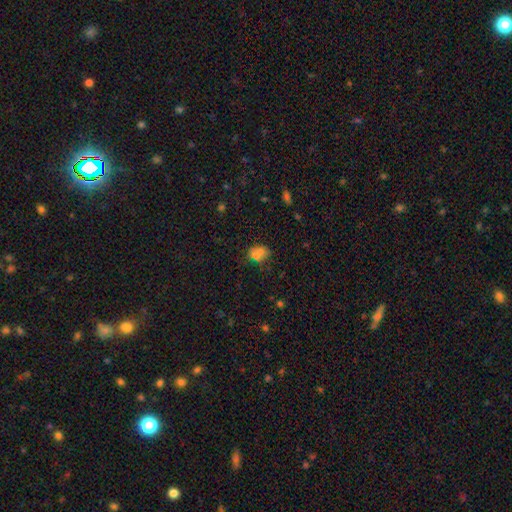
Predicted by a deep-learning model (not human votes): Smooth or featured? Predicted: smooth (p=0.63). How rounded? Predicted: round (p=0.50). Merging? Predicted: merger (p=0.43).